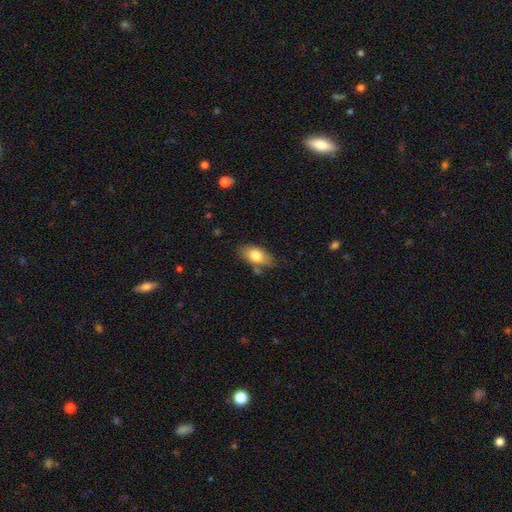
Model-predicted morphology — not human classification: smooth-or-featured: smooth: 79% | featured or disk: 14% | star or artifact: 7%
  how-rounded: in between: 89% | round: 7% | cigar-shaped: 5%
  merging: none: 72% | minor disturbance: 19% | merger: 5% | major disturbance: 4%